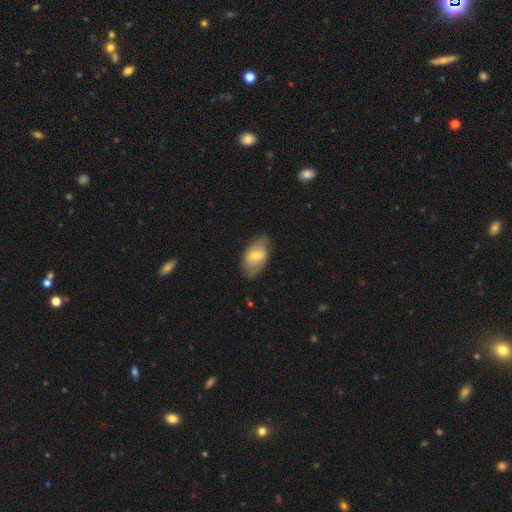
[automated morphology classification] smooth-or-featured: smooth: 50% | featured or disk: 44% | star or artifact: 6%
  how-rounded: in between: 91% | round: 7% | cigar-shaped: 2%
  merging: none: 70% | minor disturbance: 22% | major disturbance: 7% | merger: 1%